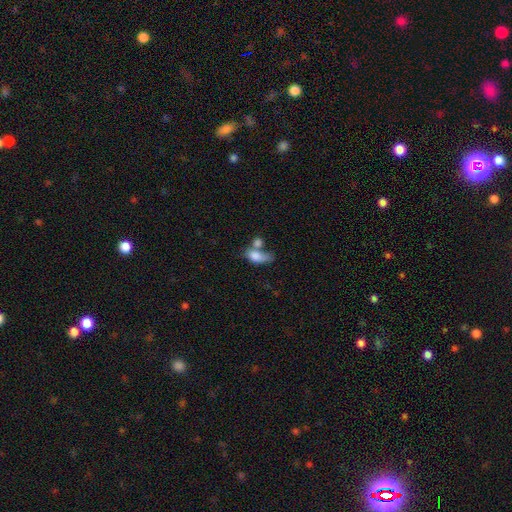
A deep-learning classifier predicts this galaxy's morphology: type=smooth (75%); roundness=in between (81%); merging=merger (50%).